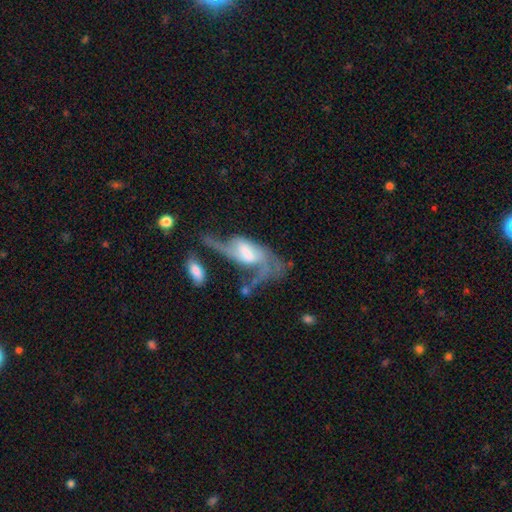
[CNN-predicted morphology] smooth-or-featured: featured or disk: 77% | smooth: 16% | star or artifact: 7%
  disk-edge-on: no: 92% | yes: 8%
    bar: weak: 47% | strong: 27% | no: 27%
    has-spiral-arms: yes: 88% | no: 12%
      spiral-winding: loose: 61% | medium: 30% | tight: 9%
      spiral-arm-count: 2: 67% | can't tell: 13% | 1: 9% | 3: 6% | 4: 2% | more than 4: 2%
    bulge-size: moderate: 37% | small: 26% | large: 20% | none: 15% | dominant: 3%
  merging: major disturbance: 40% | none: 28% | minor disturbance: 17% | merger: 15%